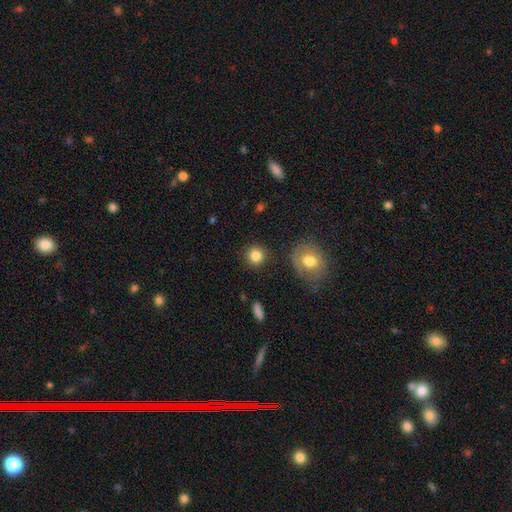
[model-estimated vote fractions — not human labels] This appears to be a smooth galaxy with no disk features (83%) that is round (92%). Merging: none (87%).